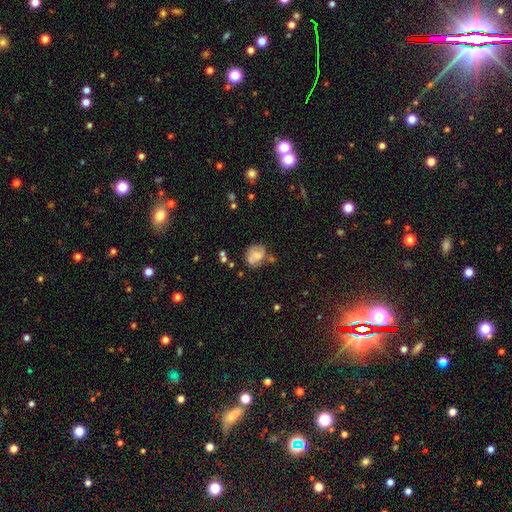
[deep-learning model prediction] smooth_or_featured: smooth (p=0.55) [alt: featured or disk p=0.35]
how_rounded: round (p=0.53) [alt: in between p=0.46]
merging: none (p=0.50) [alt: minor disturbance p=0.26]